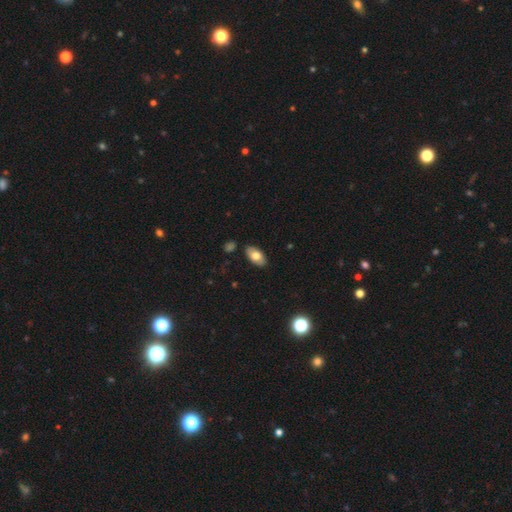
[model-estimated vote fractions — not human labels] smooth 73%, featured or disk 20%, star or artifact 6%. Down the decision tree: how rounded — in between (94%); merging — none (86%).